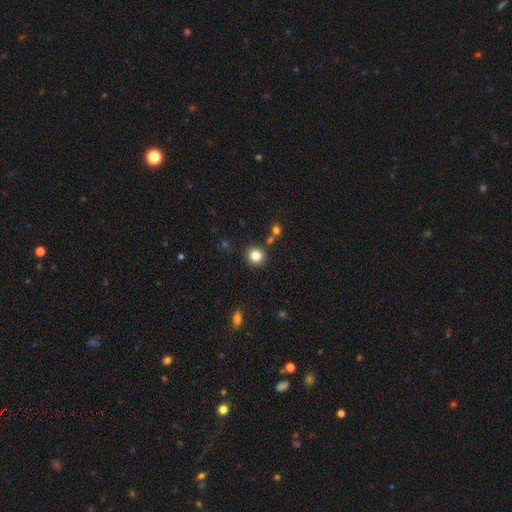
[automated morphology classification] smooth 83%, star or artifact 11%, featured or disk 6%. Down the decision tree: how rounded — round (91%); merging — none (87%).